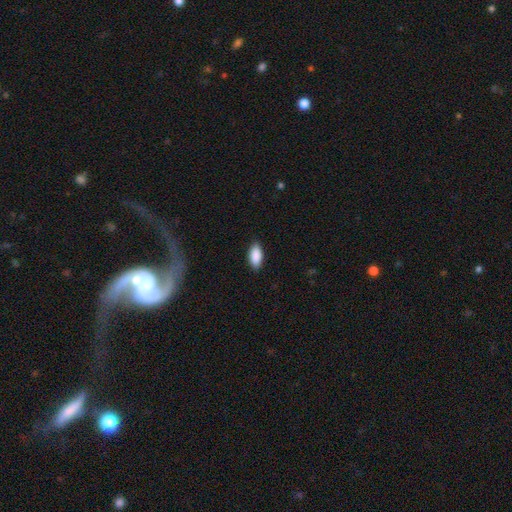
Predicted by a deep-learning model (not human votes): A smooth galaxy with no disk features (90%) that is in between round and cigar-shaped (91%).

Vote fractions:
- Smooth or featured? smooth: 90% / star or artifact: 6% / featured or disk: 4%
- How rounded? in between: 91% / cigar-shaped: 7% / round: 2%
- Merging? none: 87% / minor disturbance: 10% / major disturbance: 2% / merger: 1%